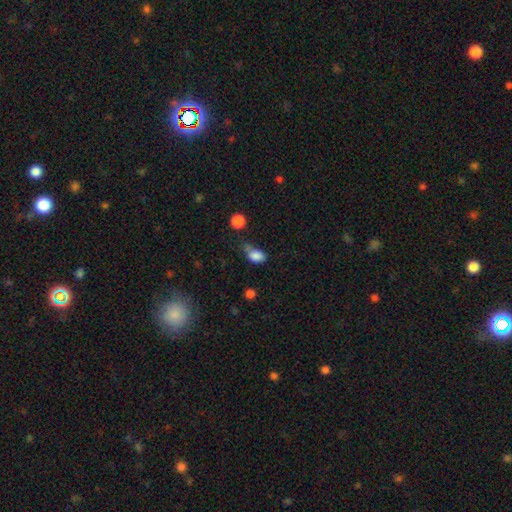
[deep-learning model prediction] smooth_or_featured: smooth (p=0.83) [alt: star or artifact p=0.10]
how_rounded: in between (p=0.81) [alt: round p=0.16]
merging: minor disturbance (p=0.36) [tied with: none p=0.36]